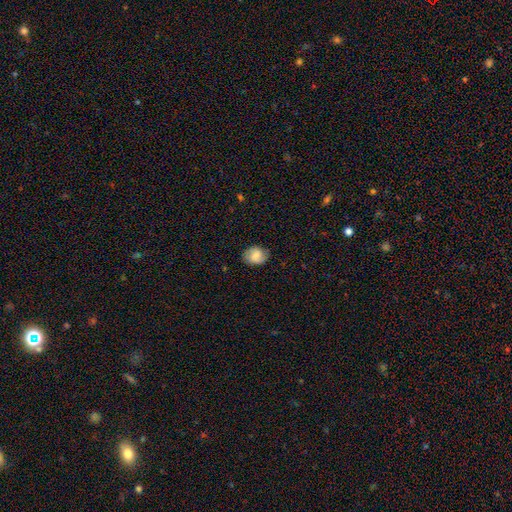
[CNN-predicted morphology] smooth_or_featured: smooth (p=0.68) [alt: featured or disk p=0.24]
how_rounded: in between (p=0.58) [alt: round p=0.41]
merging: none (p=0.78) [alt: minor disturbance p=0.16]